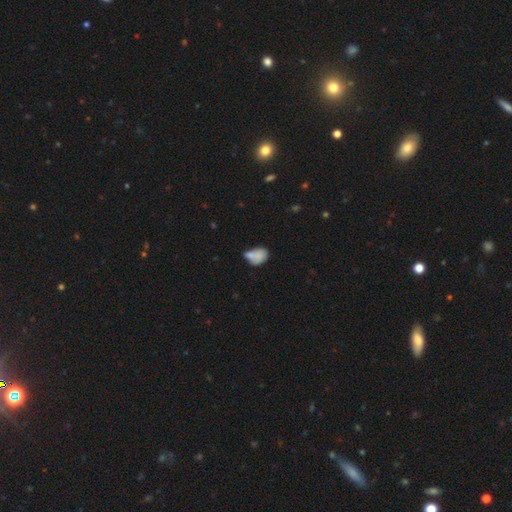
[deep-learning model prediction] Overall: smooth (72%). How rounded: in between (75%). Merging: merger (33%; none 31%).